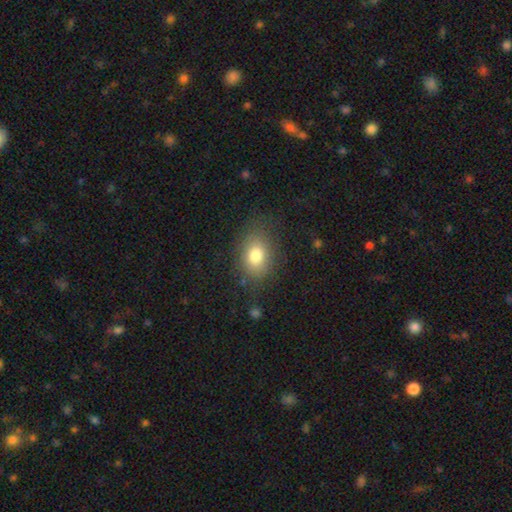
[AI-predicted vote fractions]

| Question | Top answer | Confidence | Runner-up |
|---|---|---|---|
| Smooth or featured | smooth | 79% | featured or disk (11%) |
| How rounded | in between | 71% | round (28%) |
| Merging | none | 77% | minor disturbance (15%) |